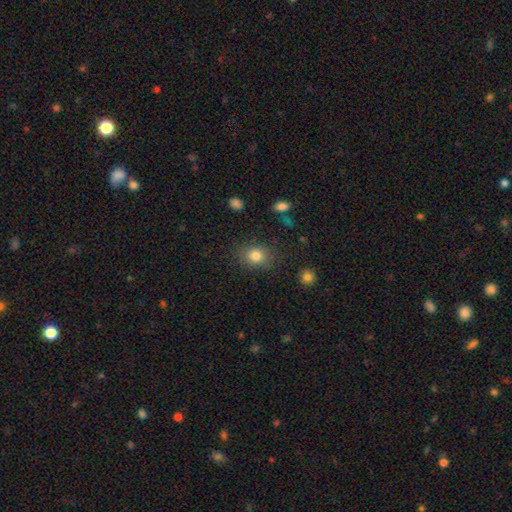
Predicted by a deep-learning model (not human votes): smooth-or-featured: smooth: 81% | star or artifact: 11% | featured or disk: 7%
  how-rounded: round: 57% | in between: 42% | cigar-shaped: 1%
  merging: none: 83% | minor disturbance: 11% | major disturbance: 4% | merger: 2%